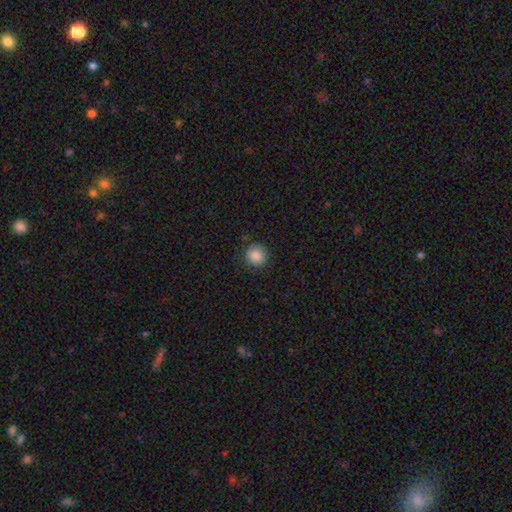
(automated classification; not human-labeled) A smooth galaxy with no disk features (88%) that is round (93%).

Vote fractions:
- Smooth or featured? smooth: 88% / star or artifact: 9% / featured or disk: 3%
- How rounded? round: 93% / in between: 6% / cigar-shaped: 1%
- Merging? none: 89% / minor disturbance: 8% / major disturbance: 2% / merger: 1%